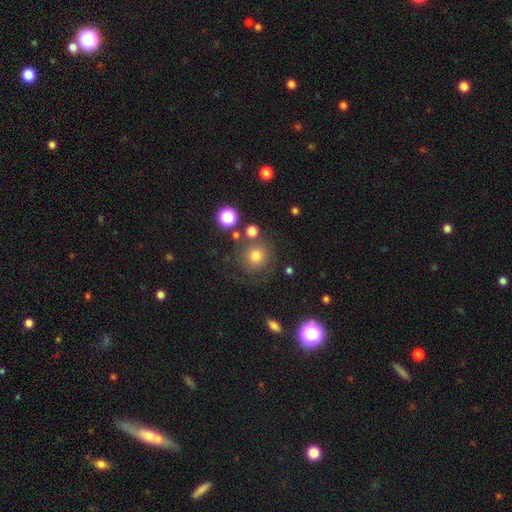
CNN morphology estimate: Q: Smooth or featured?
A: smooth (69%); runner-up: featured or disk (17%)
Q: How rounded?
A: round (91%); runner-up: in between (8%)
Q: Merging?
A: none (70%); runner-up: minor disturbance (13%)